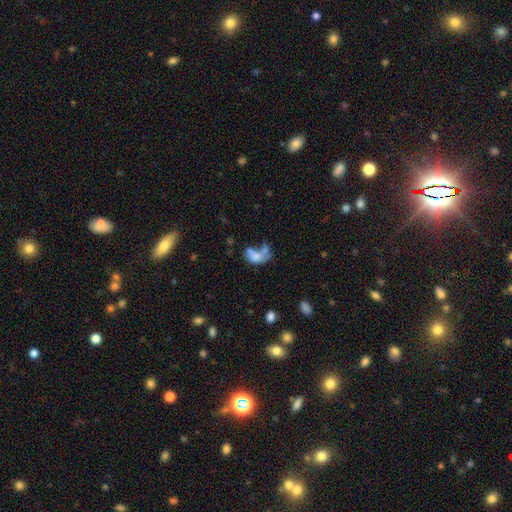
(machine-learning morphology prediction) Smooth or featured? smooth (57%)
How rounded? in between (84%)
Merging? merger (46%)